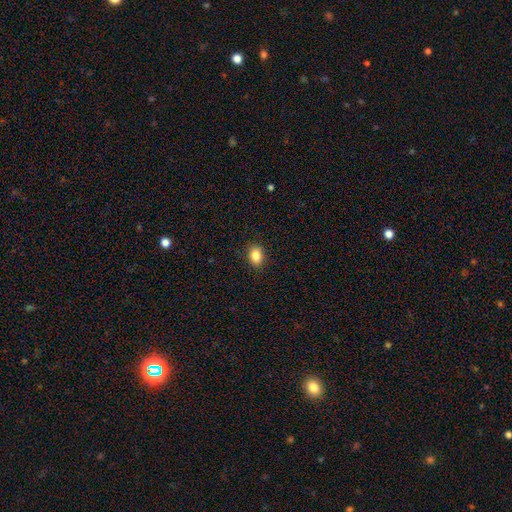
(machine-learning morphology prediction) A smooth galaxy with no disk features (86%) that is in between round and cigar-shaped (72%).

Vote fractions:
- Smooth or featured? smooth: 86% / star or artifact: 9% / featured or disk: 5%
- How rounded? in between: 72% / round: 27% / cigar-shaped: 1%
- Merging? none: 89% / minor disturbance: 8% / major disturbance: 2% / merger: 1%